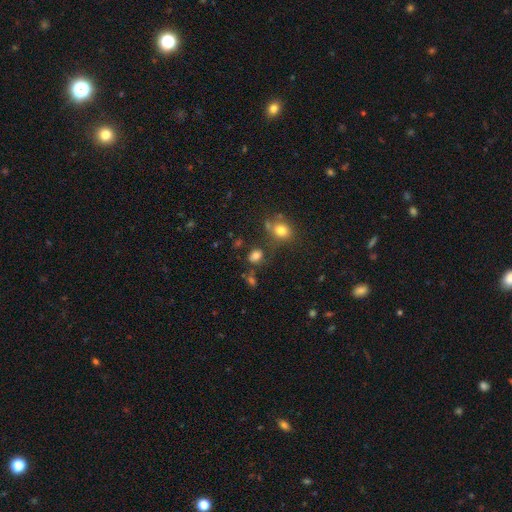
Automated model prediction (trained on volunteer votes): Overall: smooth (78%). How rounded: in between (56%; round 42%). Merging: none (69%).